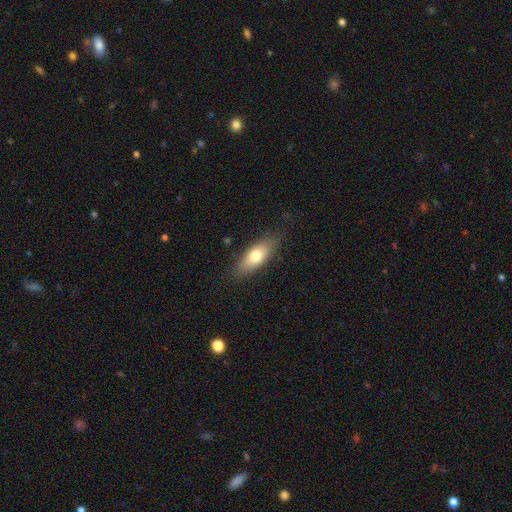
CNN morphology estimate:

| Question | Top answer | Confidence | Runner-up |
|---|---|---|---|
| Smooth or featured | smooth | 71% | featured or disk (23%) |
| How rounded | in between | 73% | cigar-shaped (24%) |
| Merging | none | 81% | minor disturbance (14%) |